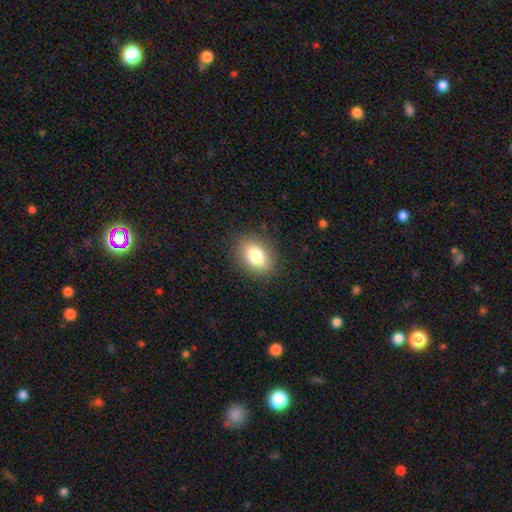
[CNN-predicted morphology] Smooth or featured: smooth — 81% (featured or disk — 10%)
How rounded: in between — 80% (round — 19%)
Merging: none — 87% (minor disturbance — 9%)